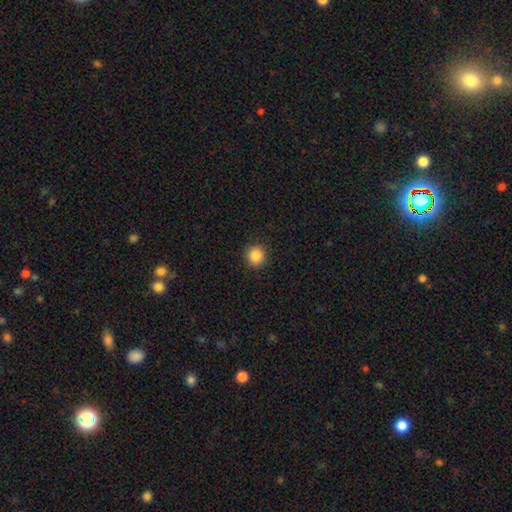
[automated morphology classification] Smooth or featured?
  - smooth: 86% *
  - star or artifact: 10%
  - featured or disk: 3%
How rounded?
  - round: 93% *
  - in between: 7%
  - cigar-shaped: 1%
Merging?
  - none: 92% *
  - minor disturbance: 5%
  - major disturbance: 2%
  - merger: 1%